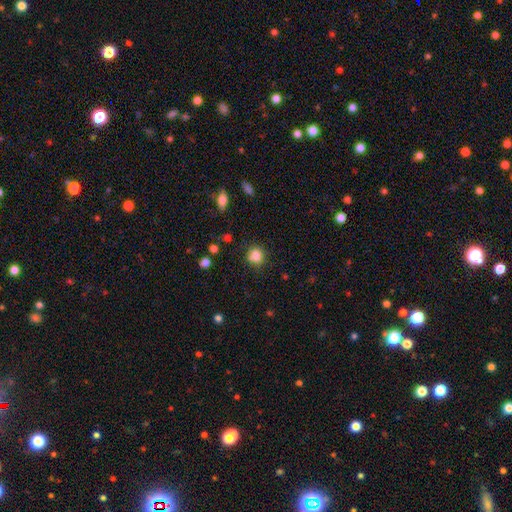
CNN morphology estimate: smooth-or-featured: smooth: 83% | star or artifact: 12% | featured or disk: 5%
  how-rounded: round: 80% | in between: 19% | cigar-shaped: 1%
  merging: none: 75% | minor disturbance: 16% | merger: 6% | major disturbance: 4%